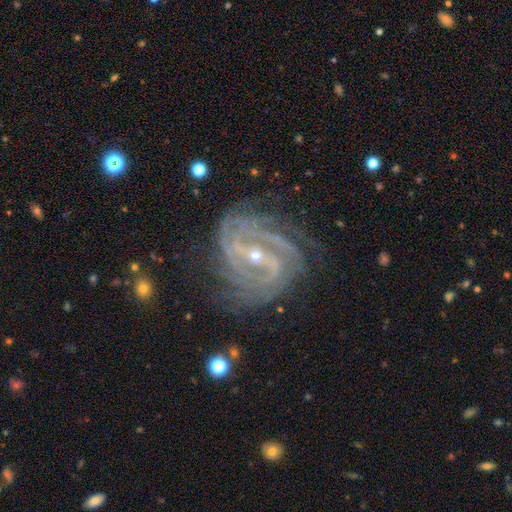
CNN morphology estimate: Smooth or featured?
  - featured or disk: 91% *
  - star or artifact: 5%
  - smooth: 3%
Edge-on disk?
  - no: 97% *
  - yes: 3%
Bar?
  - strong: 47% *
  - weak: 34%
  - no: 19%
Spiral arms?
  - yes: 98% *
  - no: 2%
Spiral winding?
  - tight: 66% *
  - medium: 29%
  - loose: 5%
Spiral arm count?
  - 4: 25% *
  - 3: 21%
  - can't tell: 18%
  - 2: 17%
  - more than 4: 12%
  - 1: 7%
Bulge size?
  - small: 77% *
  - moderate: 20%
  - large: 1%
  - none: 1%
  - dominant: 1%
Merging?
  - none: 71% *
  - minor disturbance: 18%
  - major disturbance: 10%
  - merger: 2%